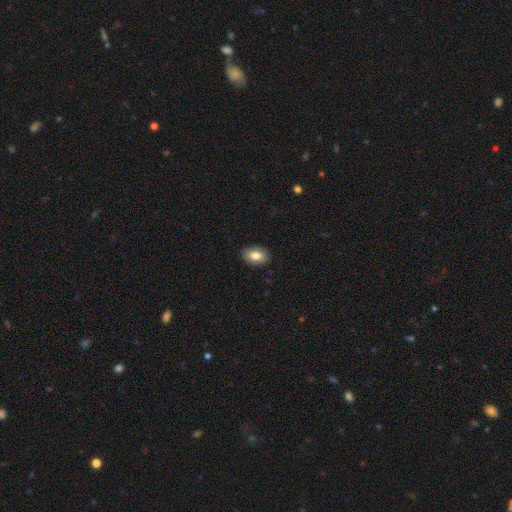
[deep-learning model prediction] Overall: smooth (80%). How rounded: in between (89%). Merging: none (87%).